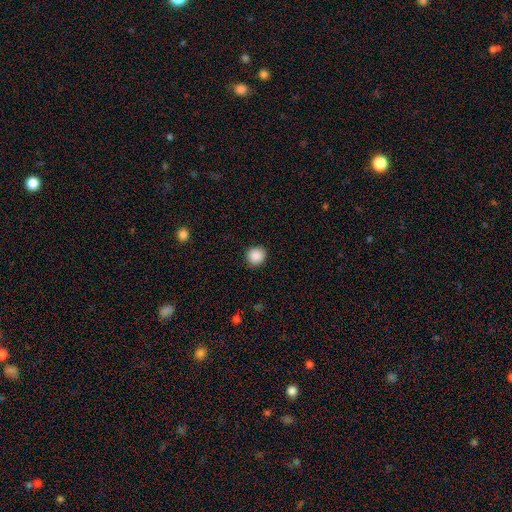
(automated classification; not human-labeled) Smooth or featured: smooth — 89% (star or artifact — 9%)
How rounded: round — 89% (in between — 10%)
Merging: none — 90% (minor disturbance — 7%)